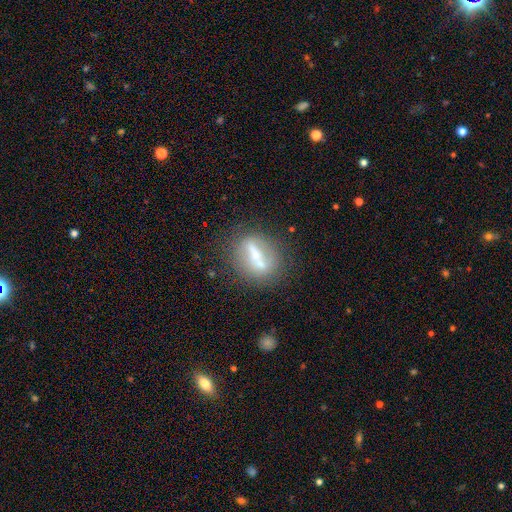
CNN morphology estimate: A featured or disk galaxy (54%). Merging: none (65%).